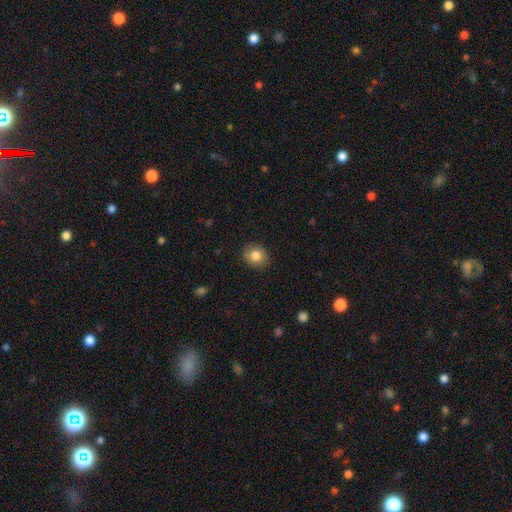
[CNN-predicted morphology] type=smooth (83%); roundness=round (69%); merging=none (90%).